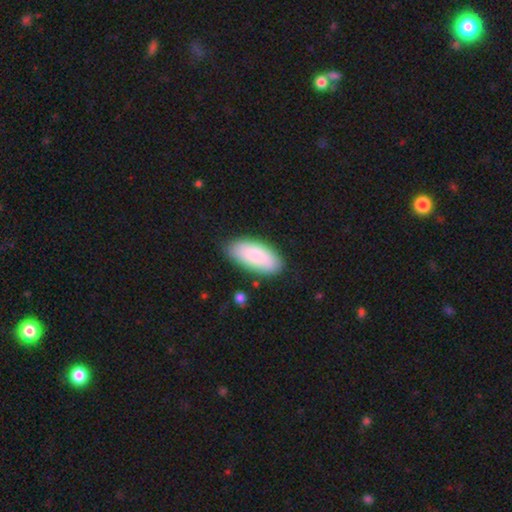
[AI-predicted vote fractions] Smooth or featured? Predicted: smooth (p=0.85). How rounded? Predicted: in between (p=0.89). Merging? Predicted: none (p=0.82).